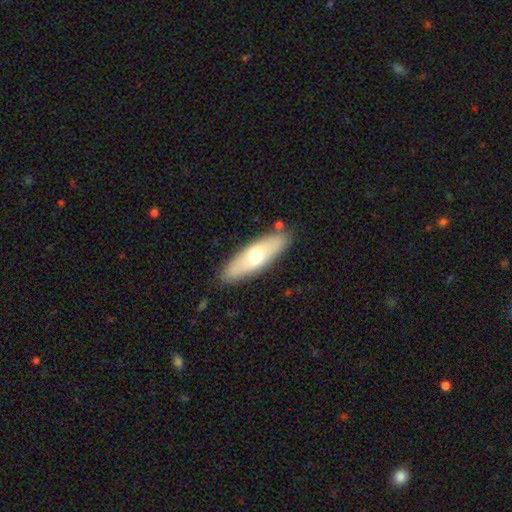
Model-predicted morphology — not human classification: smooth 58%, featured or disk 37%, star or artifact 5%. Down the decision tree: how rounded — in between (53%); merging — none (85%).